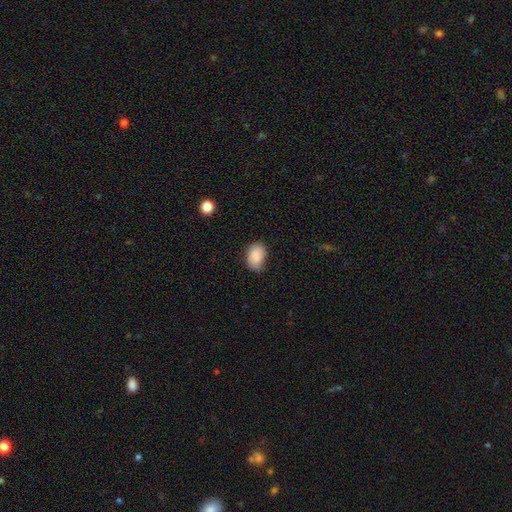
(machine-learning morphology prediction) This appears to be a smooth galaxy with no disk features (86%) that is in between round and cigar-shaped (78%). Merging: none (59%).